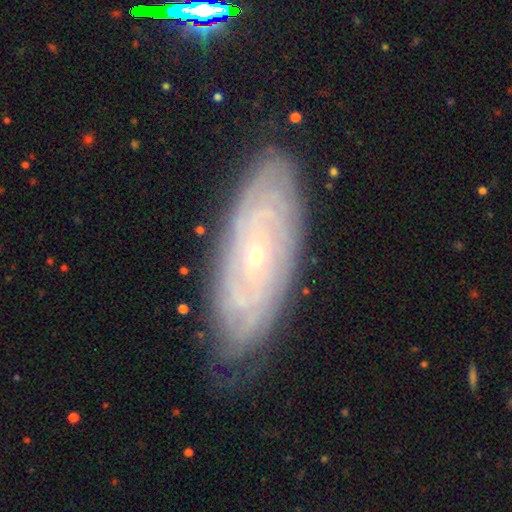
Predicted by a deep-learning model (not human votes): The model was most divided on "spiral arm count": can't tell: 44%, more than 4: 17%, 4: 13%, 2: 11%, 3: 9%, 1: 6%. More confident: spiral arms — yes (96%); edge-on disk — no (89%); spiral winding — tight (86%); smooth or featured — featured or disk (84%); merging — none (82%); bulge size — small (80%); bar — no (70%).